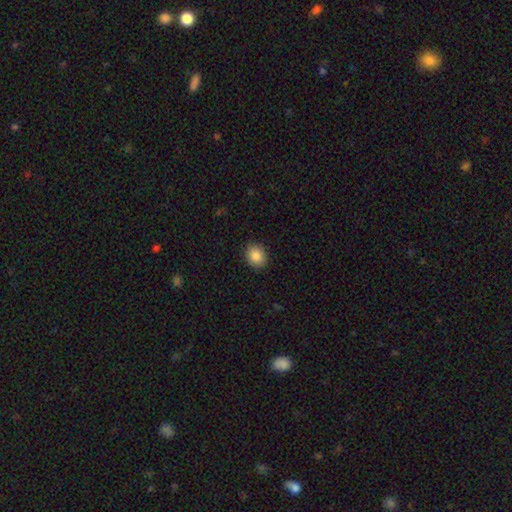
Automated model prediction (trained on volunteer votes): smooth-or-featured: smooth: 87% | star or artifact: 8% | featured or disk: 4%
  how-rounded: round: 62% | in between: 37% | cigar-shaped: 1%
  merging: none: 89% | minor disturbance: 8% | major disturbance: 2% | merger: 1%